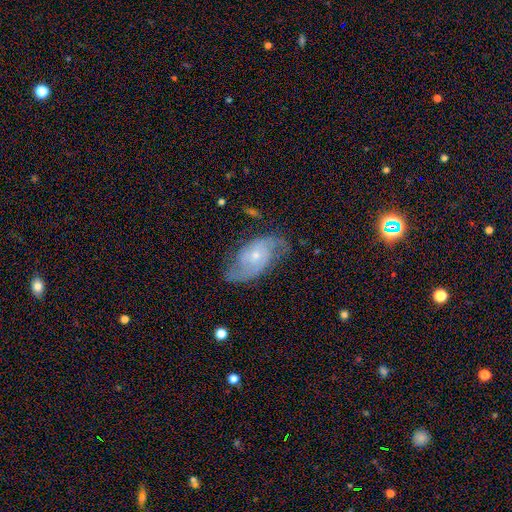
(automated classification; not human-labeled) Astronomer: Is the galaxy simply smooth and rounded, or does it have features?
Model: featured or disk — 80%.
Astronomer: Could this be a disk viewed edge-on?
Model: no — 95%.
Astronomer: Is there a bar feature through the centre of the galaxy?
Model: no — 72%.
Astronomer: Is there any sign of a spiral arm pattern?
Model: yes — 94%.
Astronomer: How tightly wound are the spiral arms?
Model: medium — 44% (runner-up: tight, 38%).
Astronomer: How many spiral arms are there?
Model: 2 — 70%.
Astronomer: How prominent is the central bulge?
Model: small — 67%.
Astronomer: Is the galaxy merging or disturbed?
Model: none — 69%.